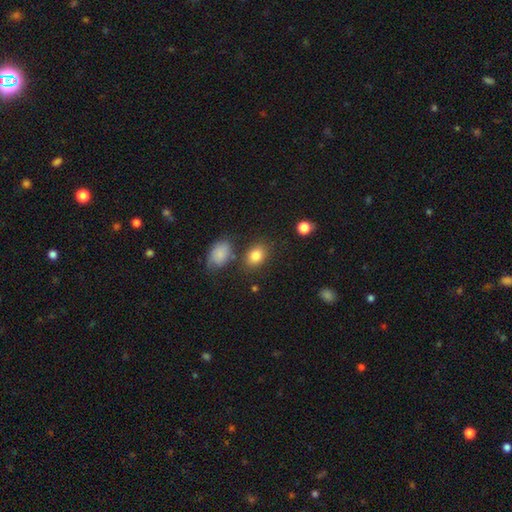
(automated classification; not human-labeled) This appears to be a smooth galaxy with no disk features (83%) that is in between round and cigar-shaped (67%). Merging: none (75%).